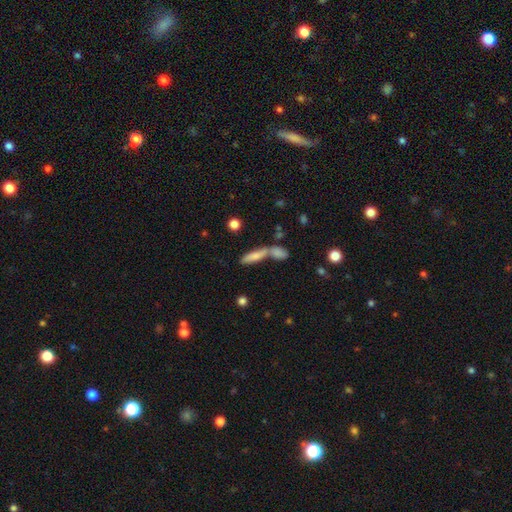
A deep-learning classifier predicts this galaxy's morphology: This is likely a smooth galaxy (70%). How rounded: likely cigar-shaped (66%). Merging: possibly merger (47%).